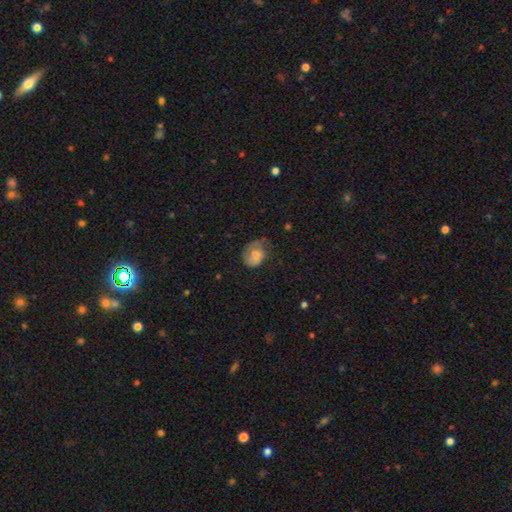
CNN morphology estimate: A smooth galaxy with no disk features (65%) that is in between round and cigar-shaped (61%).

Vote fractions:
- Smooth or featured? smooth: 65% / featured or disk: 27% / star or artifact: 9%
- How rounded? in between: 61% / round: 38% / cigar-shaped: 1%
- Merging? none: 39% / minor disturbance: 34% / major disturbance: 26% / merger: 2%